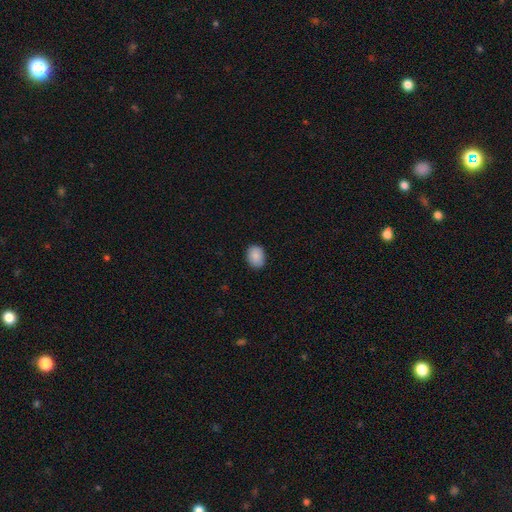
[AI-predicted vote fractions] A smooth galaxy with no disk features (89%) that is in between round and cigar-shaped (66%).

Vote fractions:
- Smooth or featured? smooth: 89% / star or artifact: 7% / featured or disk: 4%
- How rounded? in between: 66% / round: 33% / cigar-shaped: 1%
- Merging? none: 87% / minor disturbance: 10% / major disturbance: 2% / merger: 1%